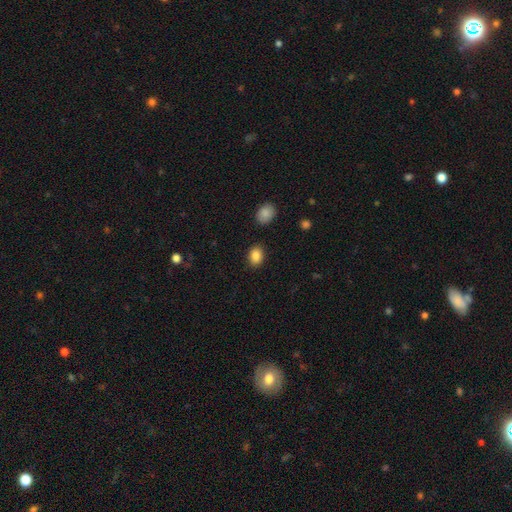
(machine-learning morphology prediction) smooth_or_featured: smooth (p=0.87) [alt: star or artifact p=0.09]
how_rounded: in between (p=0.72) [alt: round p=0.27]
merging: none (p=0.87) [alt: minor disturbance p=0.09]